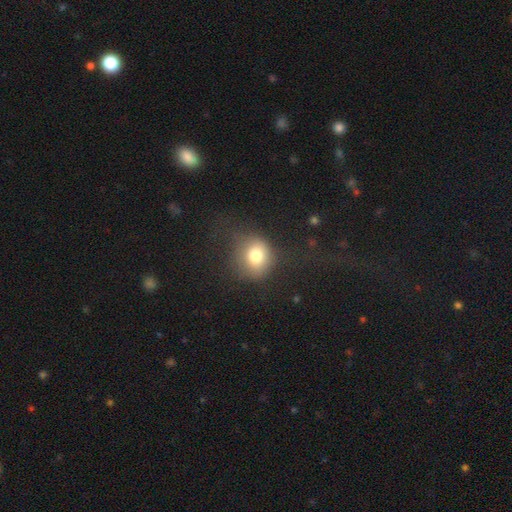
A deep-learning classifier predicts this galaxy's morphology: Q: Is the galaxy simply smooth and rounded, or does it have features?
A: smooth — 77%.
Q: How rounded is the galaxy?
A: round — 79%.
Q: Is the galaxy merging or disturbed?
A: none — 63%.